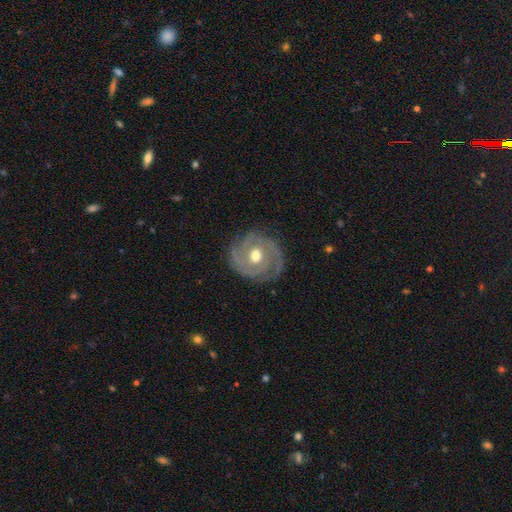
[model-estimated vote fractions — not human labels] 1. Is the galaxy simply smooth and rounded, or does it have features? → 86% featured or disk, 9% smooth, 5% star or artifact.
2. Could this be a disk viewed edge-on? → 97% no, 3% yes.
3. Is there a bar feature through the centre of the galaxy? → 66% no, 28% weak, 7% strong.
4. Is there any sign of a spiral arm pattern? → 95% yes, 5% no.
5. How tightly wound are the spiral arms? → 69% tight, 25% medium, 6% loose.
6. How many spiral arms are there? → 32% 3, 29% 2, 19% can't tell, 8% 4, 6% 1, 6% more than 4.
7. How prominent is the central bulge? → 80% moderate, 10% small, 7% large, 1% none, 1% dominant.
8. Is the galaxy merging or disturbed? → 80% none, 14% minor disturbance, 5% major disturbance, 1% merger.